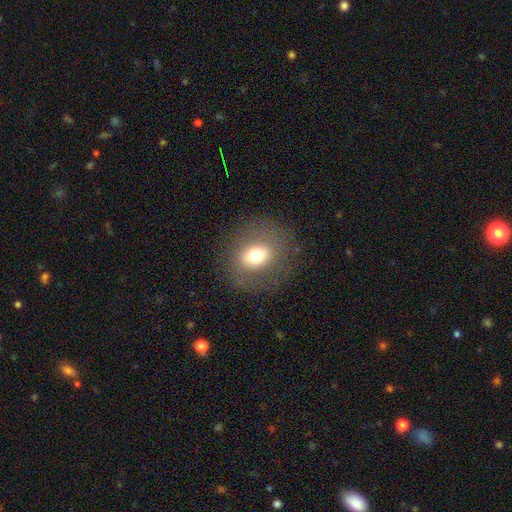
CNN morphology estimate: A smooth galaxy with no disk features (67%) that is round (55%). Merging: none (80%).